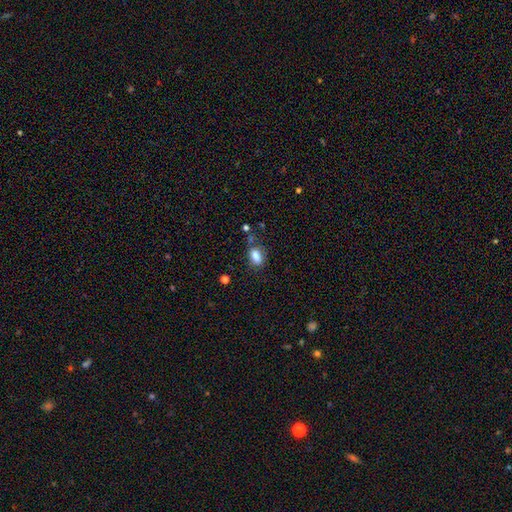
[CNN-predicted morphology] The model was most divided on "merging": none: 62%, minor disturbance: 23%, major disturbance: 8%, merger: 8%. More confident: how rounded — in between (85%); smooth or featured — smooth (82%).